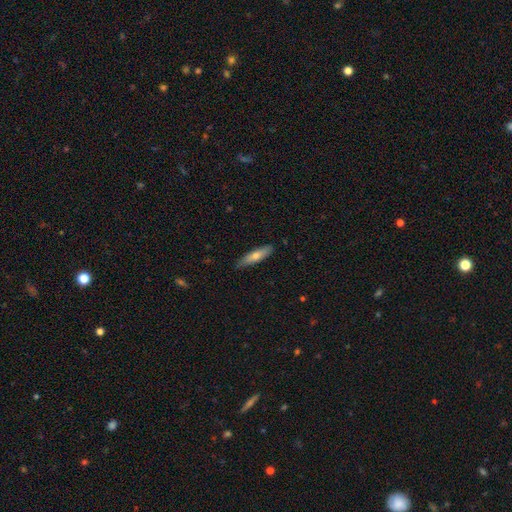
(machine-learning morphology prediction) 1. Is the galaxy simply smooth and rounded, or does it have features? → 63% smooth, 31% featured or disk, 6% star or artifact.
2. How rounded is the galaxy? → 77% cigar-shaped, 21% in between, 2% round.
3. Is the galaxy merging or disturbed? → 85% none, 12% minor disturbance, 2% major disturbance, 1% merger.